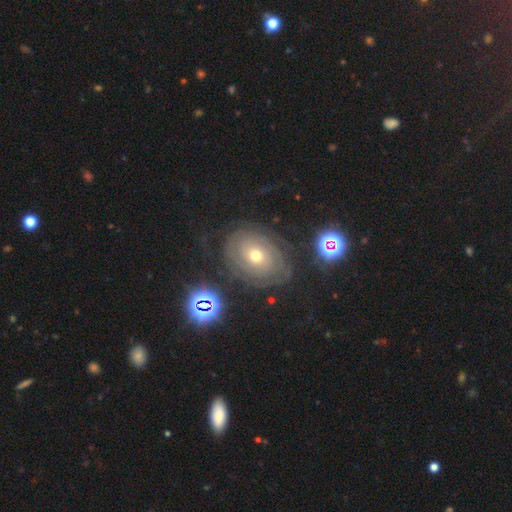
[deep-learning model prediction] featured or disk 74%, smooth 15%, star or artifact 12%. Down the decision tree: edge-on disk — no (96%); bar — no (84%); spiral arms — yes (86%); spiral arm count — can't tell (48%); spiral winding — tight (80%); bulge size — moderate (53%); merging — none (75%).